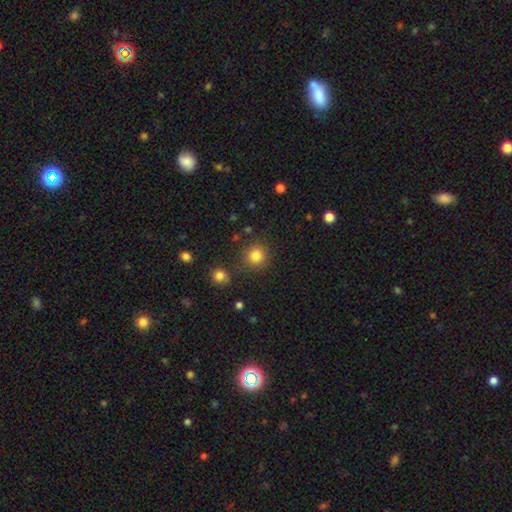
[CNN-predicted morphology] Overall: smooth (83%). How rounded: round (91%). Merging: none (83%).